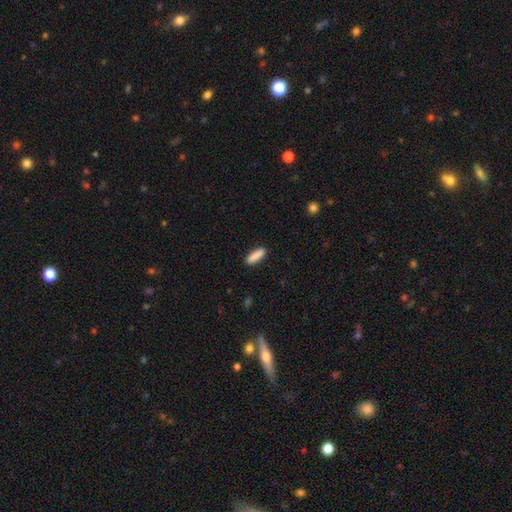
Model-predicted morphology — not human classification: The model was most divided on "how rounded": cigar-shaped: 56%, in between: 42%, round: 2%. More confident: merging — none (90%); smooth or featured — smooth (89%).